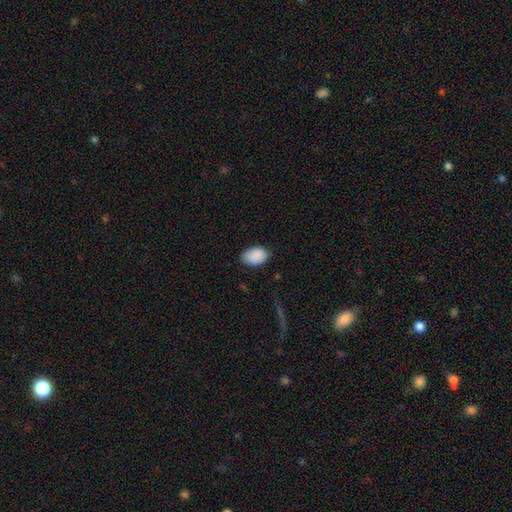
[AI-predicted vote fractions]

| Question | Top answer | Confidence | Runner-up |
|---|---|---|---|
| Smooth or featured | smooth | 90% | star or artifact (7%) |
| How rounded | in between | 86% | round (13%) |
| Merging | none | 78% | minor disturbance (18%) |